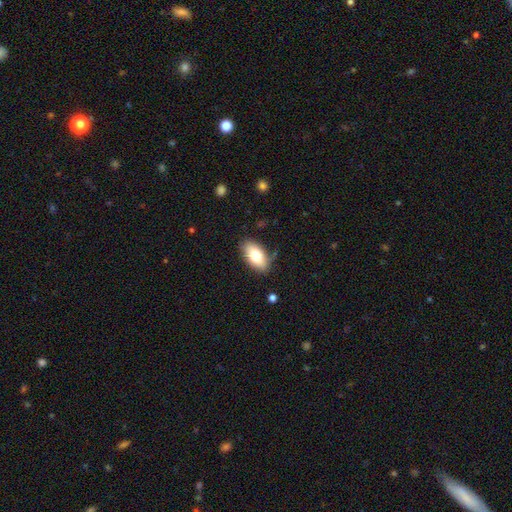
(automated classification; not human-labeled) A smooth galaxy with no disk features (77%) that is in between round and cigar-shaped (92%). Merging: none (82%).